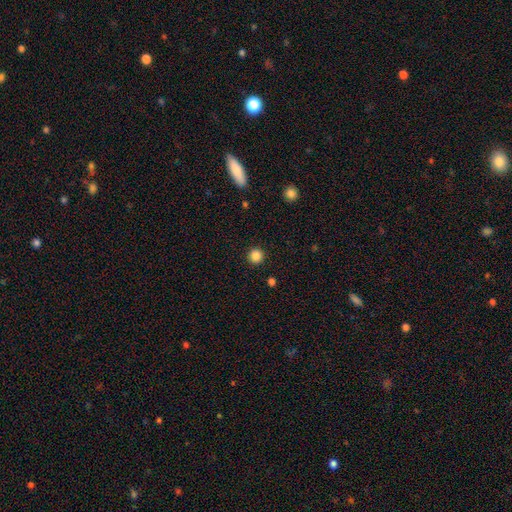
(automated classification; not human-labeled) Smooth or featured?
  - smooth: 86% *
  - star or artifact: 11%
  - featured or disk: 3%
How rounded?
  - round: 95% *
  - in between: 4%
  - cigar-shaped: 1%
Merging?
  - none: 92% *
  - minor disturbance: 5%
  - major disturbance: 2%
  - merger: 1%